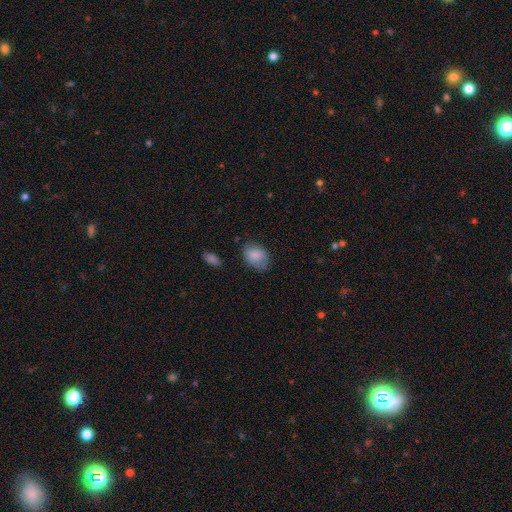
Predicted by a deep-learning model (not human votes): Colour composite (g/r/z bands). It shows a smooth galaxy with no disk features (83%) that is in between round and cigar-shaped (75%). Merging: none (66%).